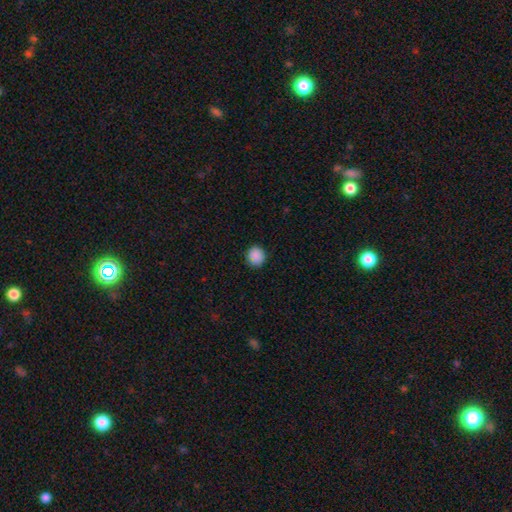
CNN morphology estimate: Smooth or featured? smooth (89%)
How rounded? round (88%)
Merging? none (88%)